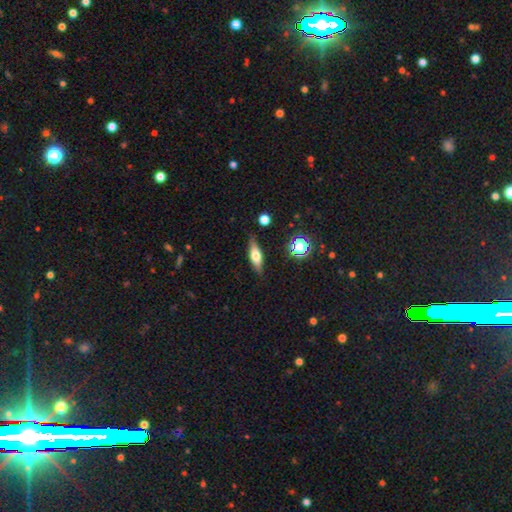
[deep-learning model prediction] A smooth galaxy with no disk features (47%).

Vote fractions:
- Smooth or featured? smooth: 47% / featured or disk: 44% / star or artifact: 9%
- Merging? none: 85% / minor disturbance: 11% / major disturbance: 2% / merger: 2%